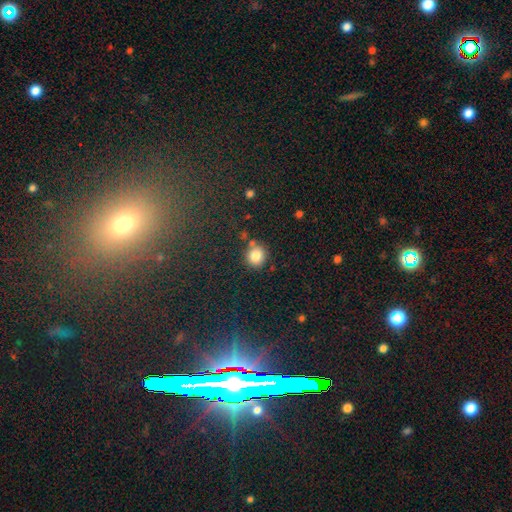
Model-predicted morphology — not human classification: smooth 83%, star or artifact 11%, featured or disk 7%. Down the decision tree: how rounded — round (90%); merging — none (79%).